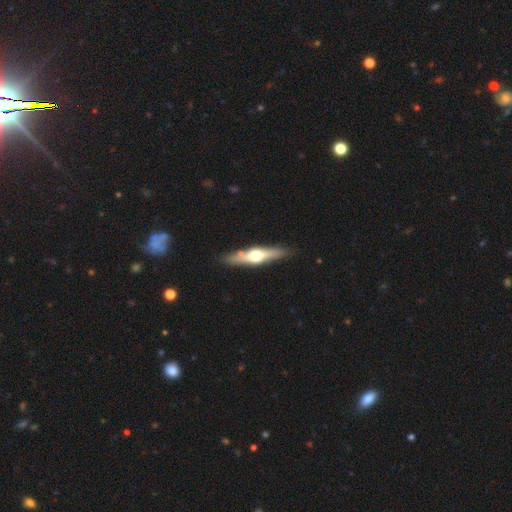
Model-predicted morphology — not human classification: A featured or disk galaxy (64%) viewed edge-on (95%) with a rounded central bulge (93%).

Vote fractions:
- Smooth or featured? featured or disk: 64% / smooth: 31% / star or artifact: 5%
- Edge-on disk? yes: 95% / no: 5%
- Edge-on bulge? rounded: 93% / boxy: 5% / none: 2%
- Merging? none: 85% / minor disturbance: 10% / merger: 3% / major disturbance: 2%